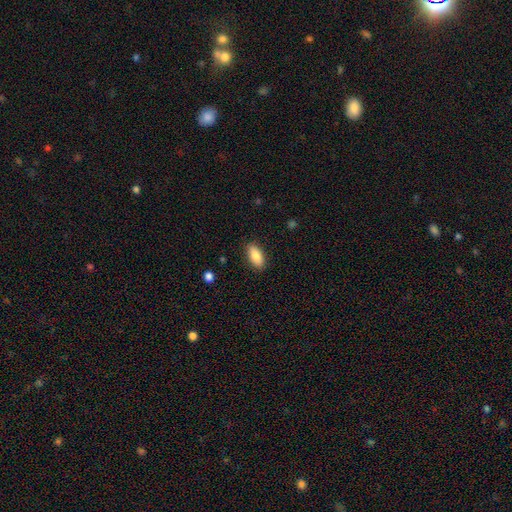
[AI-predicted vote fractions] A smooth galaxy with no disk features (87%) that is in between round and cigar-shaped (86%). Merging: none (88%).